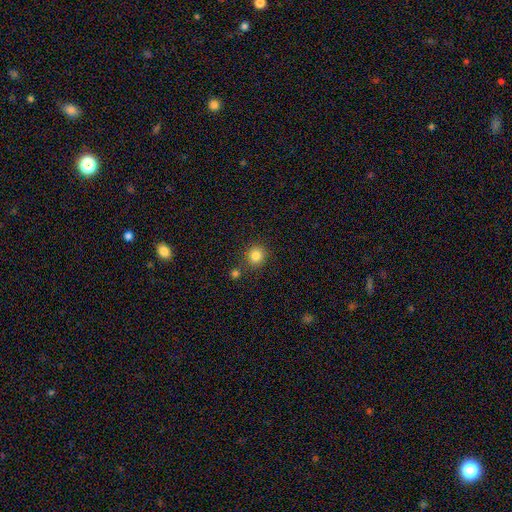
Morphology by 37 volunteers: A smooth galaxy with no disk features (95%) that is round (94%).

Vote fractions:
- Smooth or featured? smooth: 95% / featured or disk: 3% / star or artifact: 3%
- How rounded? round: 94% / in between: 6% / cigar-shaped: 0%
- Merging? none: 78% / major disturbance: 8% / merger: 8% / minor disturbance: 6%